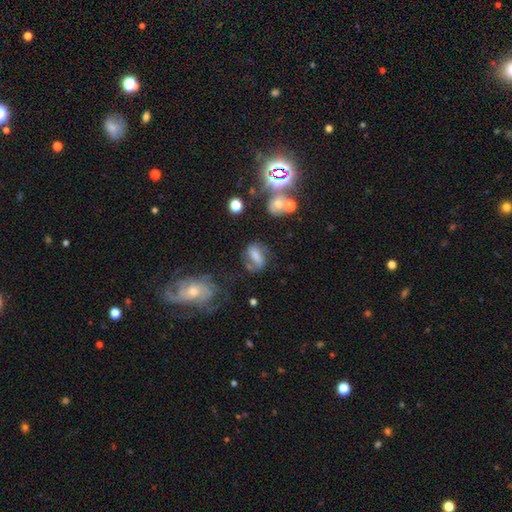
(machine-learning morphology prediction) smooth_or_featured: smooth (p=0.49) [alt: featured or disk p=0.38]
merging: none (p=0.52) [alt: minor disturbance p=0.23]